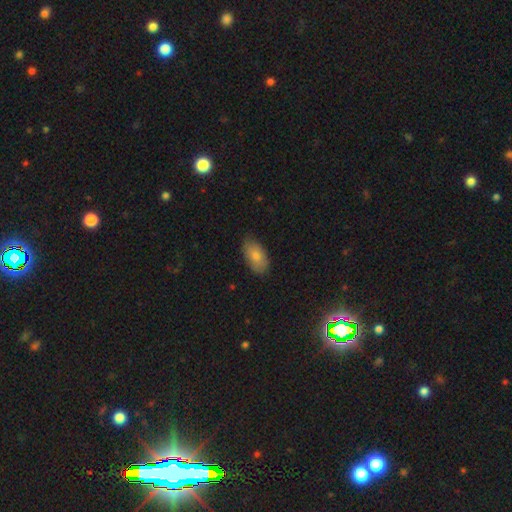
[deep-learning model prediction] The model was most divided on "merging": none: 79%, minor disturbance: 18%, major disturbance: 3%, merger: 1%. More confident: how rounded — in between (92%); smooth or featured — smooth (76%).